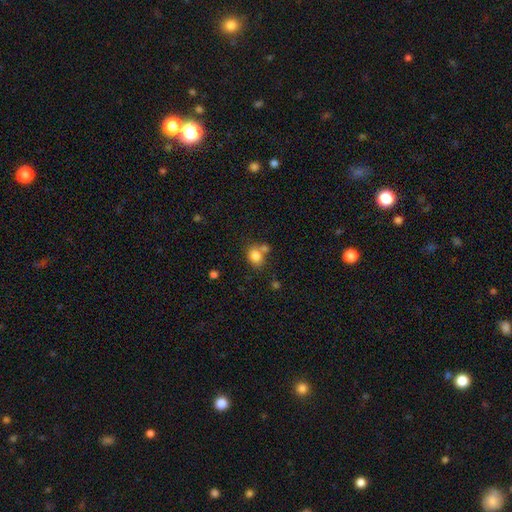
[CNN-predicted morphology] A smooth galaxy with no disk features (82%) that is round (53%). Merging: none (55%).